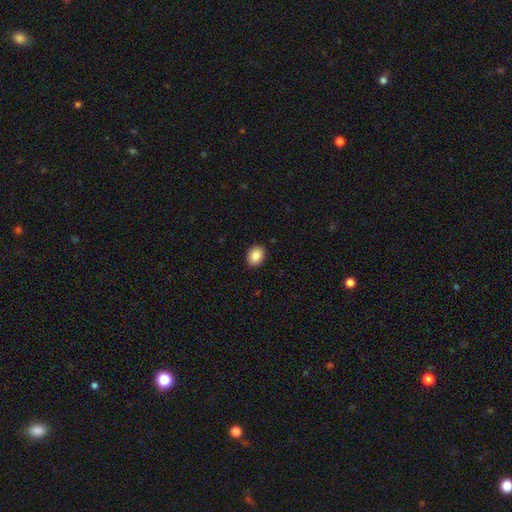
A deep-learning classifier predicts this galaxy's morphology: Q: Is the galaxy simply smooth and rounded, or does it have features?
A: smooth — 88%.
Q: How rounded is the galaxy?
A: in between — 57%.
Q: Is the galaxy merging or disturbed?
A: none — 91%.